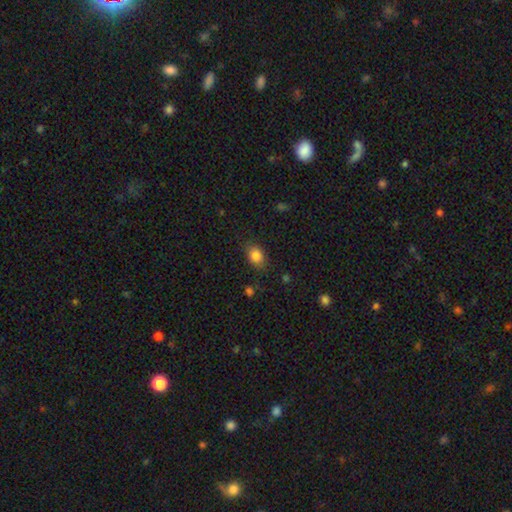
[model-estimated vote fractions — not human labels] Overall: smooth (84%). How rounded: in between (69%; round 29%). Merging: none (80%).